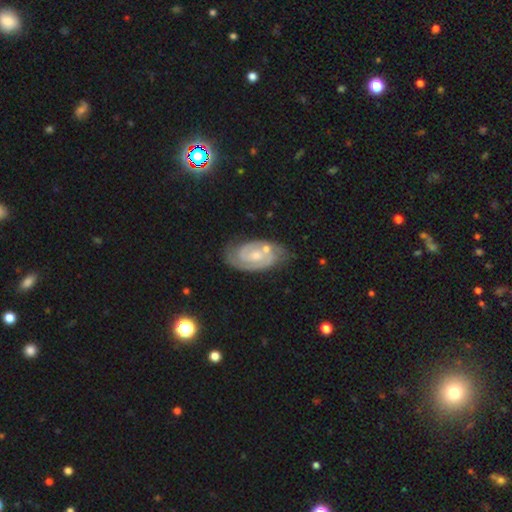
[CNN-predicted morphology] This appears to be a featured or disk galaxy (88%) with no bar (55%), 2 (85%) tight (63%) spiral arms (97%) and a small central bulge (55%). Merging: none (72%).